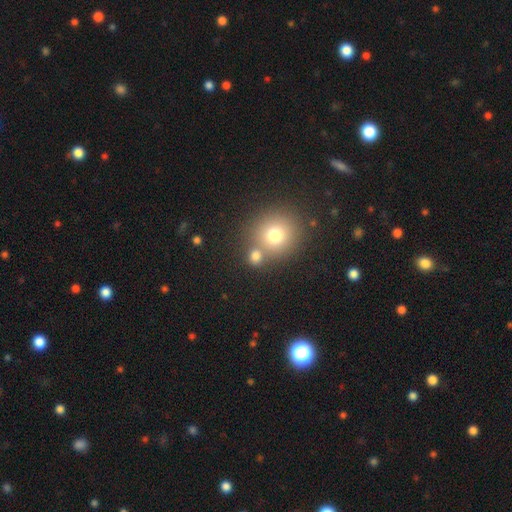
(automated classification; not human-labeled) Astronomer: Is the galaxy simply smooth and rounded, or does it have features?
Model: smooth — 76%.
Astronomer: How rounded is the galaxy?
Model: round — 84%.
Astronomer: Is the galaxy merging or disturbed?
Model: none — 58%.